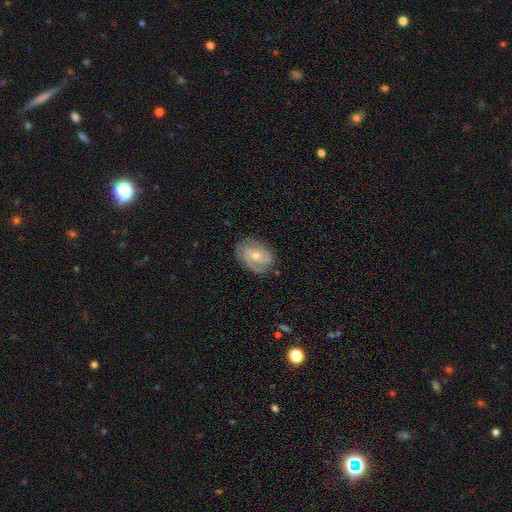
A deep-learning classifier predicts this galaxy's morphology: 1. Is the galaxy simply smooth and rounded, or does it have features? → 82% featured or disk, 12% smooth, 7% star or artifact.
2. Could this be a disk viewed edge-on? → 97% no, 3% yes.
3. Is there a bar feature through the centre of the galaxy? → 58% no, 34% weak, 8% strong.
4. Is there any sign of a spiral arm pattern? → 95% yes, 5% no.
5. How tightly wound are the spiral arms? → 60% tight, 33% medium, 7% loose.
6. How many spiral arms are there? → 60% 2, 16% 3, 14% can't tell, 3% 1, 3% 4, 3% more than 4.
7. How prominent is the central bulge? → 50% moderate, 47% small, 2% large, 1% none, 1% dominant.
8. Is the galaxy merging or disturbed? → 80% none, 15% minor disturbance, 4% major disturbance, 1% merger.